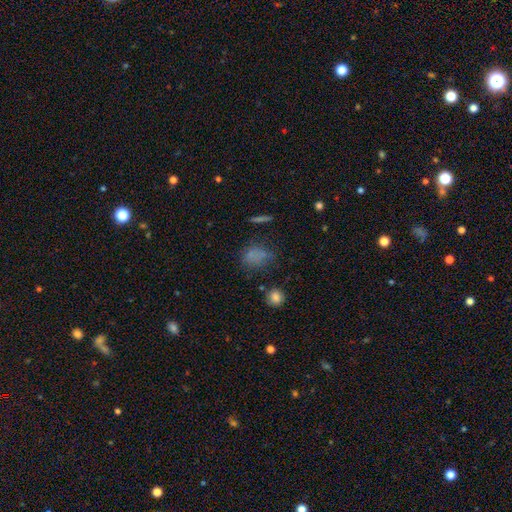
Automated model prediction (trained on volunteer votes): Smooth or featured: smooth — 66% (star or artifact — 20%)
How rounded: in between — 54% (round — 42%)
Merging: none — 53% (minor disturbance — 24%)